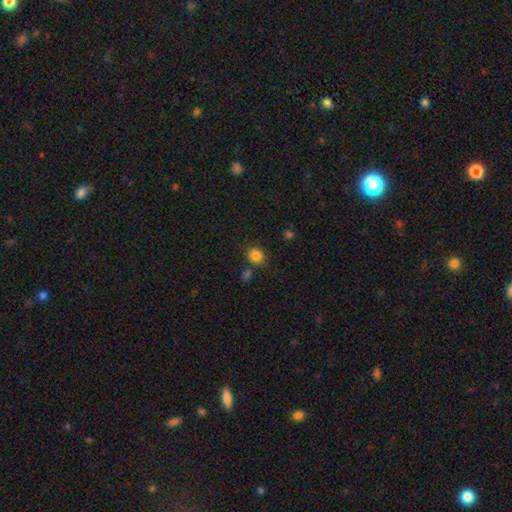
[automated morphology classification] A smooth galaxy with no disk features (84%) that is round (74%). Merging: none (77%).